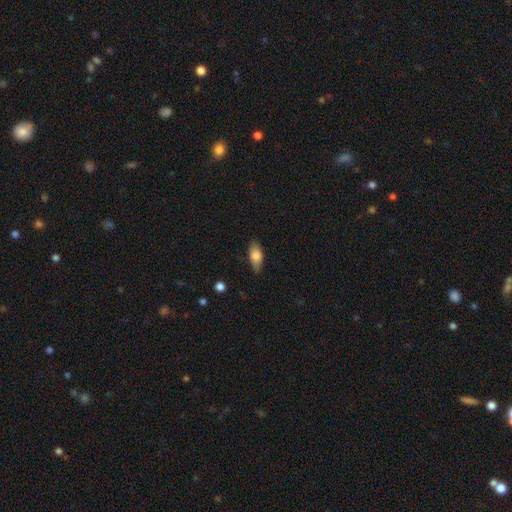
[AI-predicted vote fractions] The model was most divided on "merging": none: 78%, minor disturbance: 17%, major disturbance: 3%, merger: 1%. More confident: how rounded — in between (85%); smooth or featured — smooth (78%).